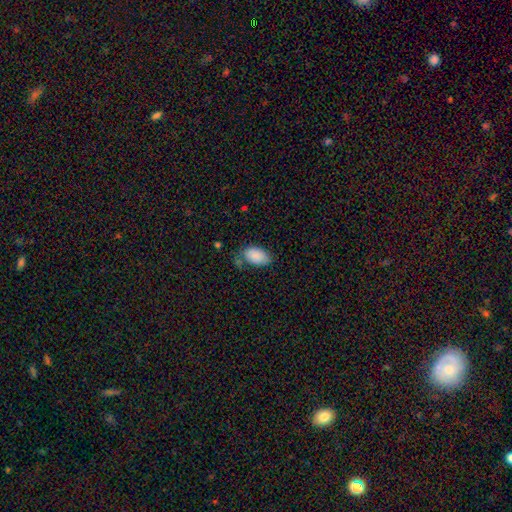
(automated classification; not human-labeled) This appears to be a smooth galaxy with no disk features (88%) that is in between round and cigar-shaped (93%). Merging: none (61%).